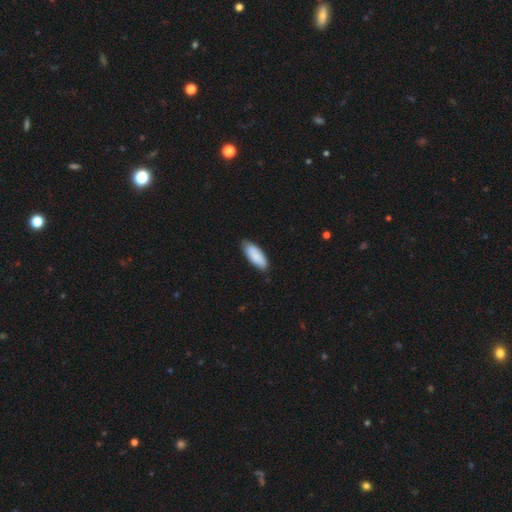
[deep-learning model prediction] Smooth or featured? Predicted: smooth (p=0.87). How rounded? Predicted: in between (p=0.75). Merging? Predicted: none (p=0.81).